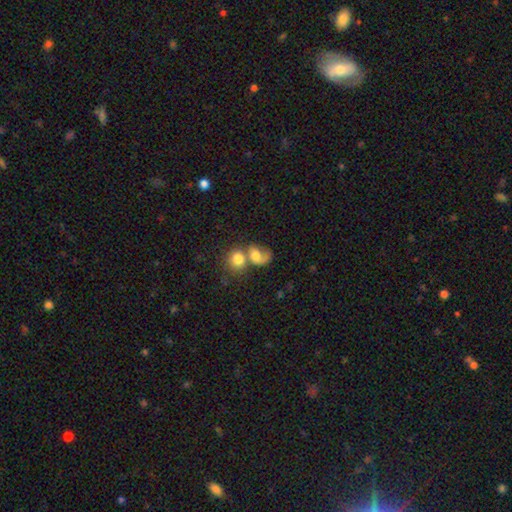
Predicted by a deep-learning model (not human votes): Smooth or featured? Predicted: smooth (p=0.64). How rounded? Predicted: round (p=0.52). Merging? Predicted: merger (p=0.63).